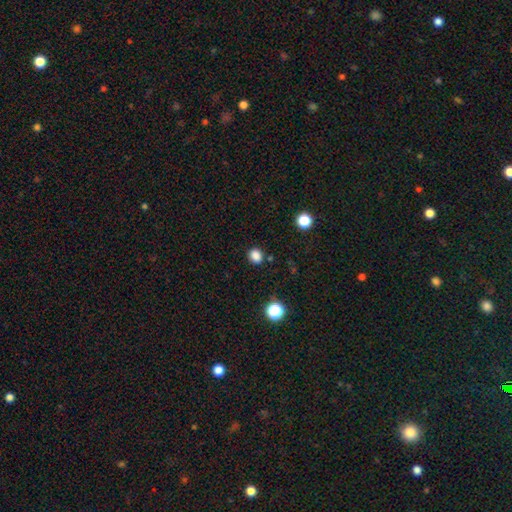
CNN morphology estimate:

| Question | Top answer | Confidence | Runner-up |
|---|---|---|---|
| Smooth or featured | smooth | 84% | star or artifact (12%) |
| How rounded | round | 67% | in between (32%) |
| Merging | none | 87% | minor disturbance (8%) |